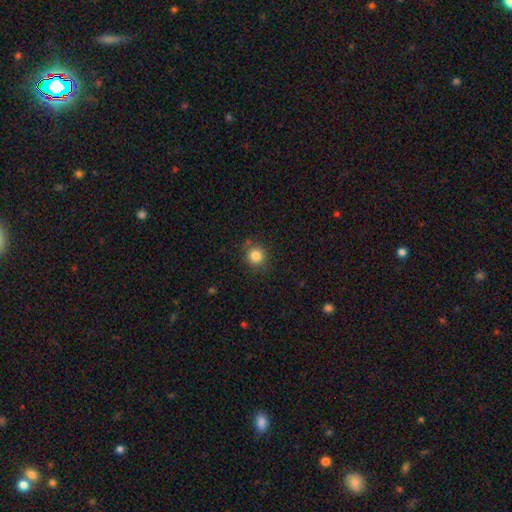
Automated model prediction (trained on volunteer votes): smooth-or-featured: smooth: 84% | star or artifact: 11% | featured or disk: 5%
  how-rounded: round: 92% | in between: 7% | cigar-shaped: 1%
  merging: none: 83% | minor disturbance: 10% | merger: 4% | major disturbance: 3%